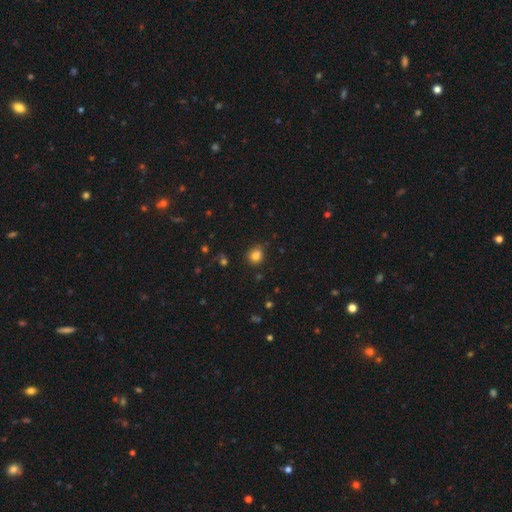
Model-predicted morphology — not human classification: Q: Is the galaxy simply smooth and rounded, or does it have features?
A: smooth — 82%.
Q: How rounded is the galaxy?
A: round — 74%.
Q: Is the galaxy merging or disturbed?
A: none — 80%.